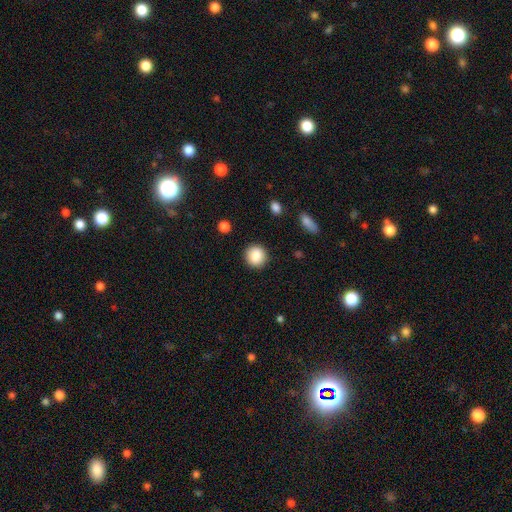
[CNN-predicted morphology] smooth-or-featured: smooth: 87% | star or artifact: 8% | featured or disk: 5%
  how-rounded: round: 91% | in between: 8% | cigar-shaped: 1%
  merging: none: 90% | minor disturbance: 6% | major disturbance: 2% | merger: 1%